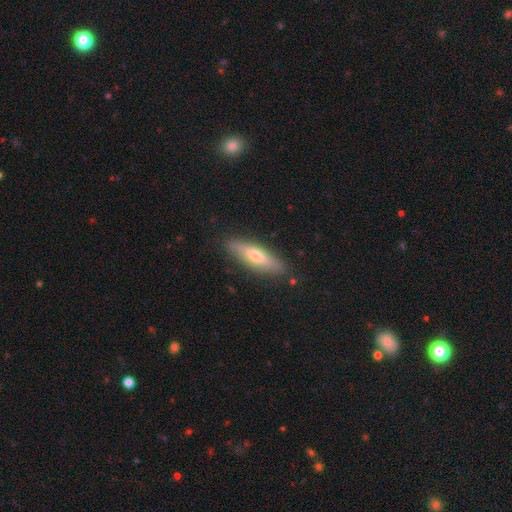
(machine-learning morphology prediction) Smooth or featured? Predicted: smooth (p=0.51). How rounded? Predicted: cigar-shaped (p=0.67). Merging? Predicted: none (p=0.85).